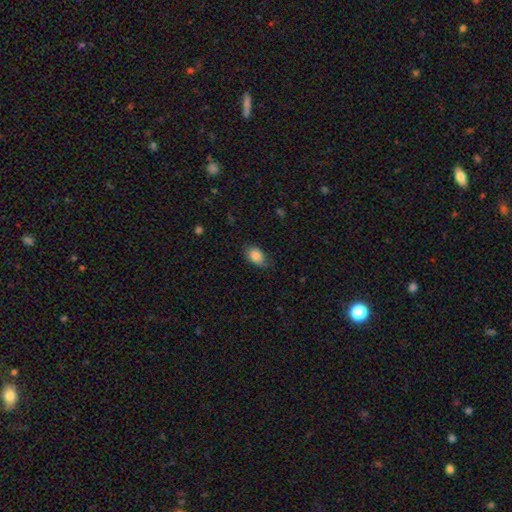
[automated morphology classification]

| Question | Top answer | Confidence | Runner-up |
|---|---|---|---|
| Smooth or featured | smooth | 85% | star or artifact (8%) |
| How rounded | in between | 84% | round (15%) |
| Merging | none | 68% | minor disturbance (26%) |